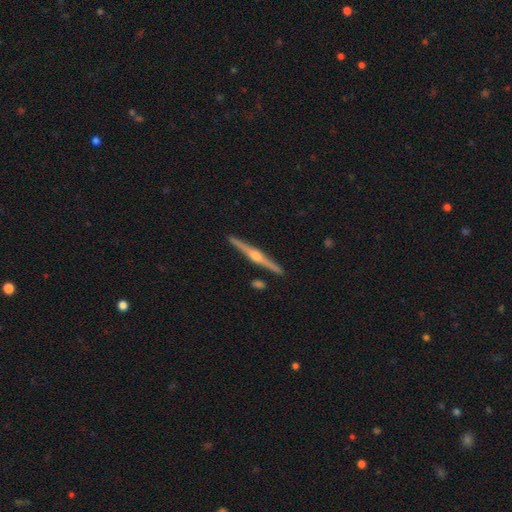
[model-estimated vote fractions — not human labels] smooth-or-featured: featured or disk: 85% | smooth: 11% | star or artifact: 5%
  disk-edge-on: yes: 99% | no: 1%
    edge-on-bulge: rounded: 91% | boxy: 5% | none: 4%
  merging: none: 92% | minor disturbance: 5% | merger: 2% | major disturbance: 1%